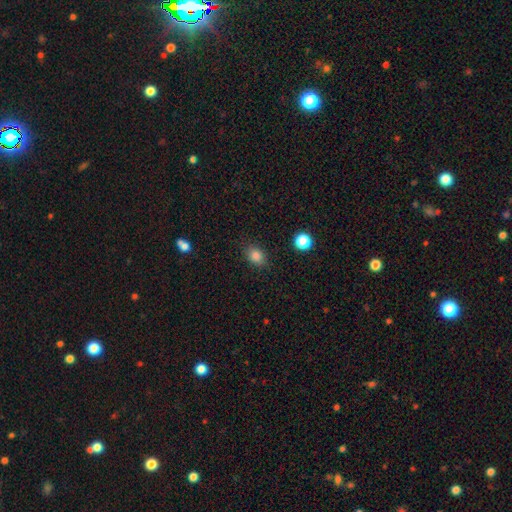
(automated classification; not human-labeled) Smooth or featured? smooth (84%)
How rounded? in between (69%)
Merging? none (84%)